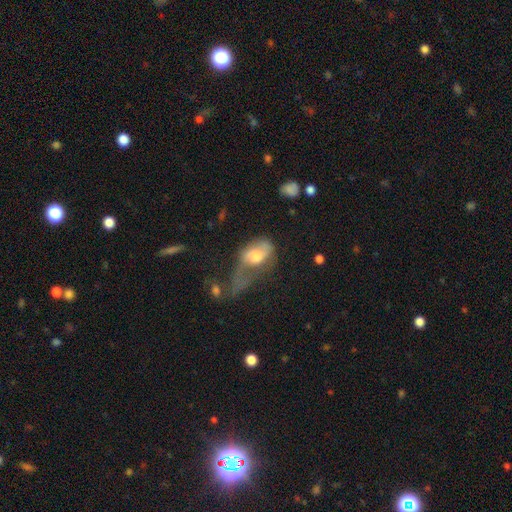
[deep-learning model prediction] Overall: smooth (47%; featured or disk 44%). Merging: major disturbance (57%).